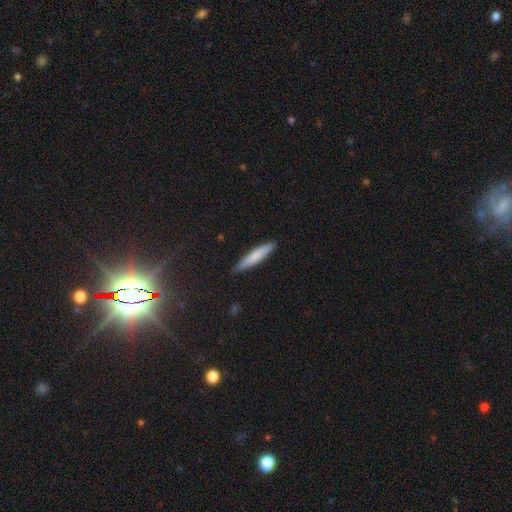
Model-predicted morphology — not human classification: smooth_or_featured: smooth (p=0.75) [alt: featured or disk p=0.19]
how_rounded: cigar-shaped (p=0.90) [alt: in between p=0.09]
merging: none (p=0.88) [alt: minor disturbance p=0.09]